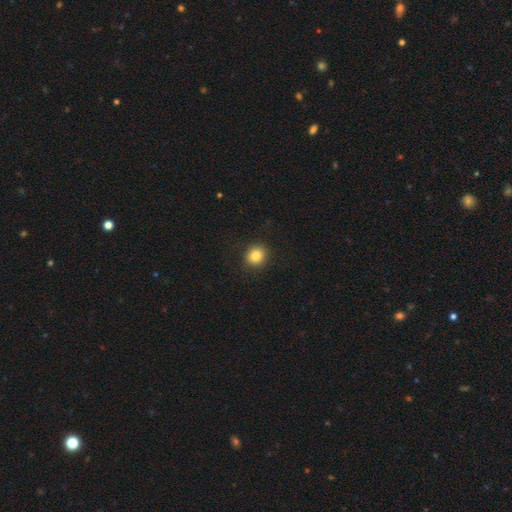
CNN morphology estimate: Smooth or featured? smooth (84%)
How rounded? round (85%)
Merging? none (90%)